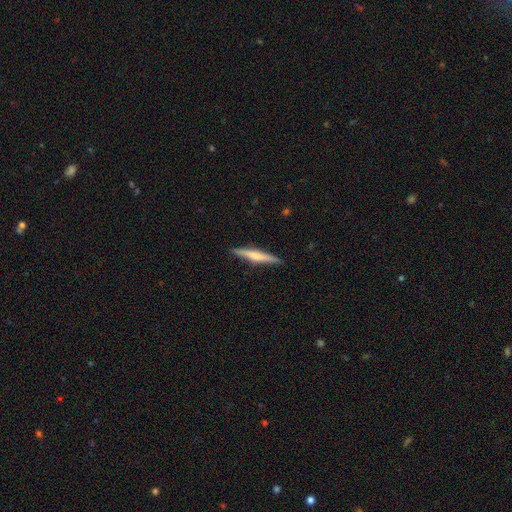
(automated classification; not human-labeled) Smooth or featured: smooth — 52% (featured or disk — 42%)
How rounded: cigar-shaped — 93% (in between — 5%)
Merging: none — 89% (minor disturbance — 8%)